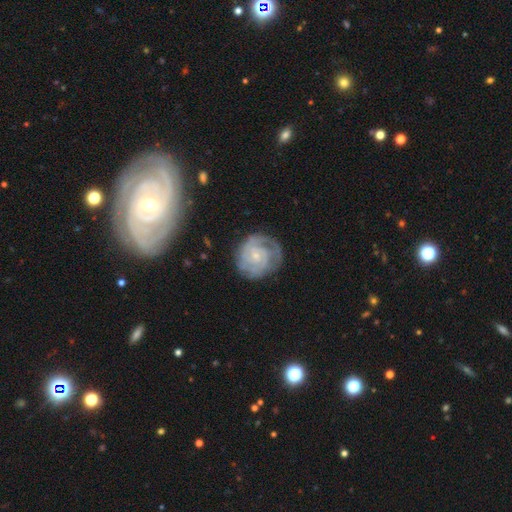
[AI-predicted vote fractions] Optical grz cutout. It shows a featured or disk galaxy (80%) with no bar (72%), tight (70%) spiral arms (93%) and a small central bulge (75%). Merging: none (70%).